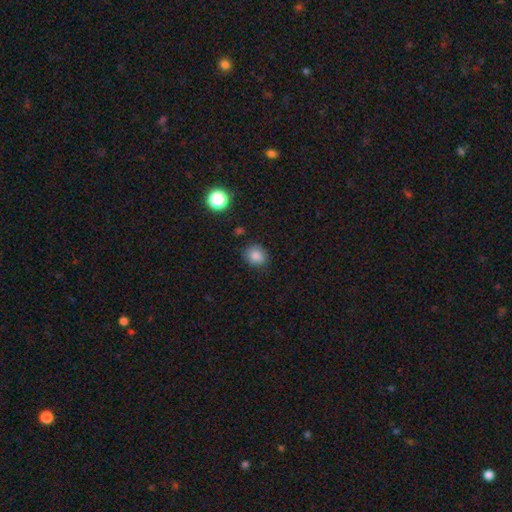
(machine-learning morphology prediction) The model was most divided on "how rounded": round: 72%, in between: 27%, cigar-shaped: 1%. More confident: smooth or featured — smooth (84%); merging — none (80%).